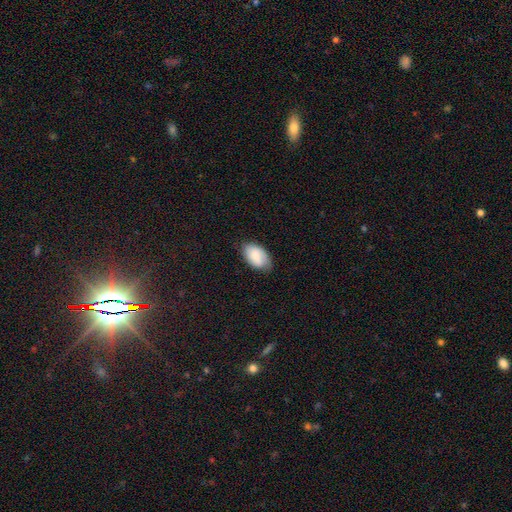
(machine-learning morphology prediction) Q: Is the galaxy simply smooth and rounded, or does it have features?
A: smooth — 73%.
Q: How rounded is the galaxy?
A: in between — 93%.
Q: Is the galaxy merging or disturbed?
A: none — 73%.